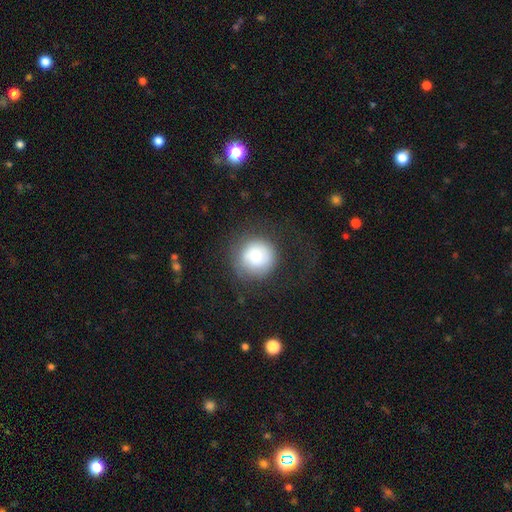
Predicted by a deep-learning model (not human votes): smooth 70%, featured or disk 20%, star or artifact 9%. Down the decision tree: how rounded — round (92%); merging — none (73%).